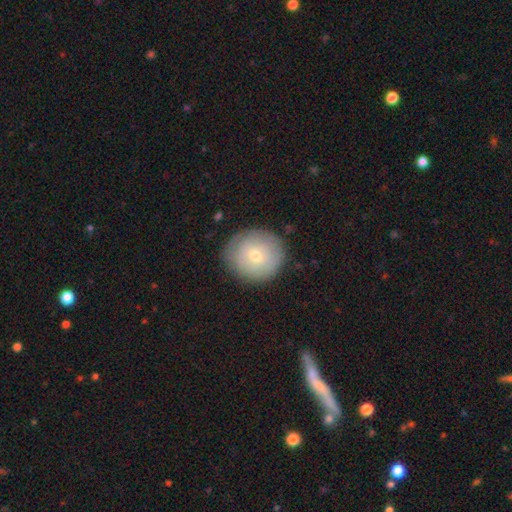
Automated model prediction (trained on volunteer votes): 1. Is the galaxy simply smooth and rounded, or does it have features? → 61% smooth, 31% featured or disk, 9% star or artifact.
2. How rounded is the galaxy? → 90% round, 9% in between, 1% cigar-shaped.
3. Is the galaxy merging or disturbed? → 83% none, 13% minor disturbance, 3% major disturbance, 1% merger.